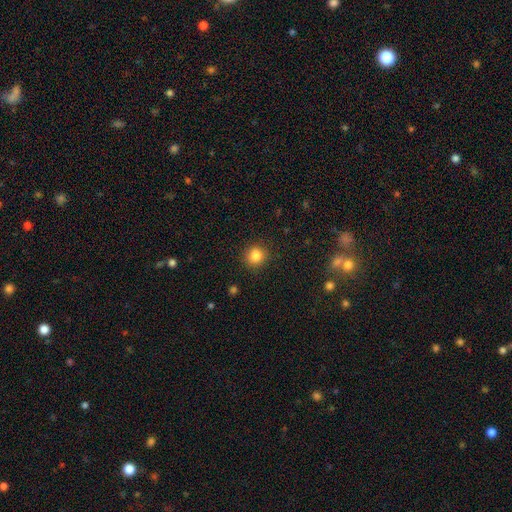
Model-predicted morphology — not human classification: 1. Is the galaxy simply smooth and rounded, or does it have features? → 84% smooth, 11% star or artifact, 5% featured or disk.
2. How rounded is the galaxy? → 87% round, 12% in between, 1% cigar-shaped.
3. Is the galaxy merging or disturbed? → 88% none, 8% minor disturbance, 3% major disturbance, 1% merger.